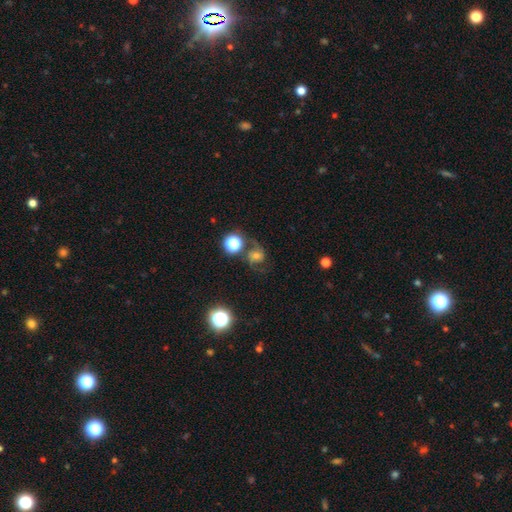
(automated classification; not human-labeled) This is likely a featured or disk galaxy (62%). It is clearly not viewed edge-on (97%). Bar: possibly no (54%). Spiral arm pattern: clearly yes (92%). Spiral arm count: clearly 2 (90%). Spiral winding: possibly medium (48%). Central bulge: possibly moderate (47%). Merging: likely none (63%).